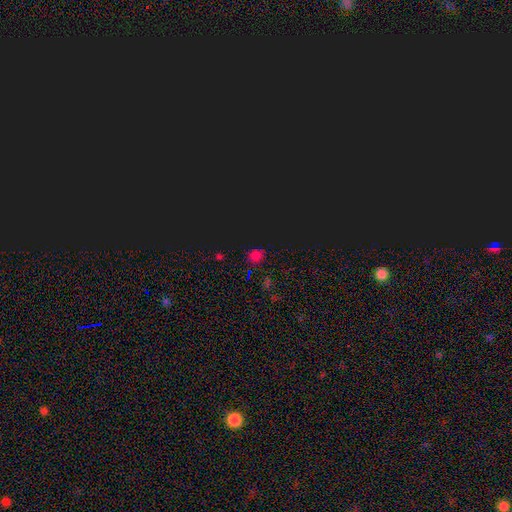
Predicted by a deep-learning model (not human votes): Smooth or featured? Predicted: smooth (p=0.54). How rounded? Predicted: round (p=0.79). Merging? Predicted: none (p=0.84).